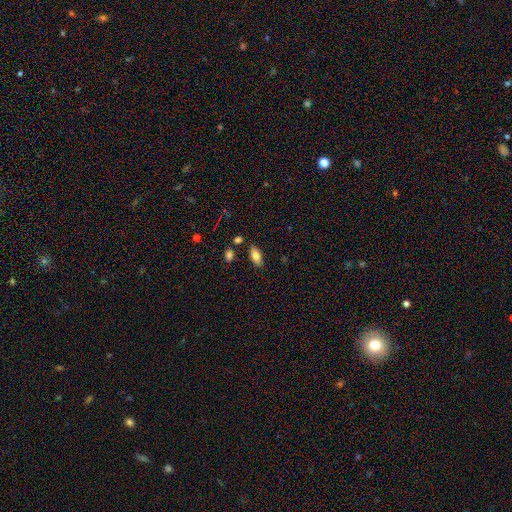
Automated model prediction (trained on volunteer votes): Morphology: type=smooth (76%); roundness=in between (87%); merging=none (83%).